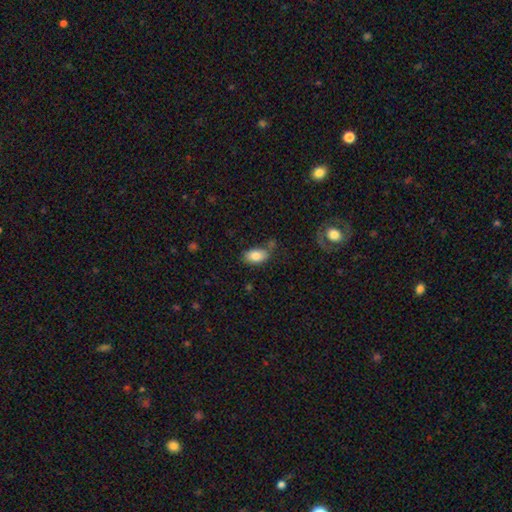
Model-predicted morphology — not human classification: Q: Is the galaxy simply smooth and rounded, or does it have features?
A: smooth — 85%.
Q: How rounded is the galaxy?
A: in between — 92%.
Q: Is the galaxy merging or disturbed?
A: none — 66%.